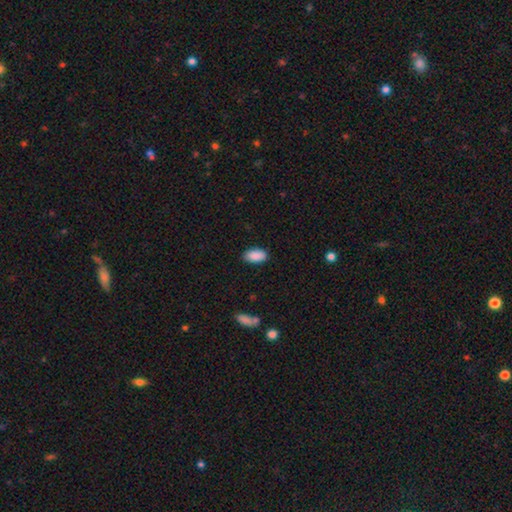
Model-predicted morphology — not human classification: Smooth or featured: smooth — 90% (star or artifact — 7%)
How rounded: in between — 94% (cigar-shaped — 3%)
Merging: none — 86% (minor disturbance — 10%)